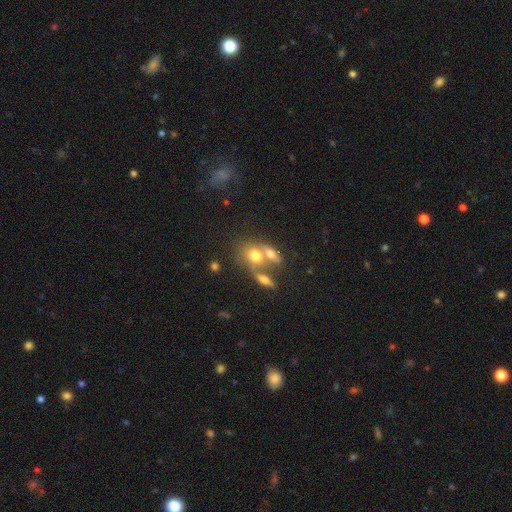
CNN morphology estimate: A smooth galaxy with no disk features (65%) that is in between round and cigar-shaped (59%). Merging: merger (57%).